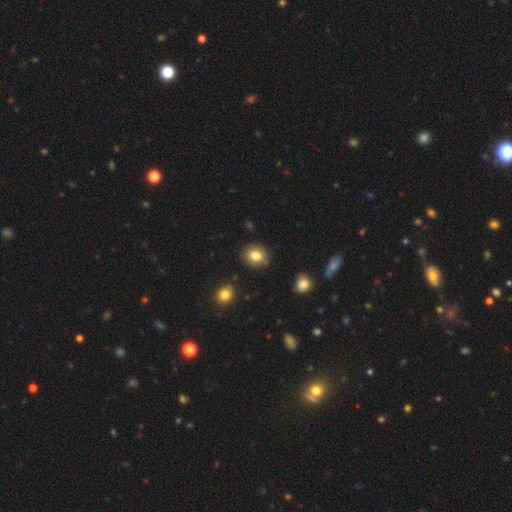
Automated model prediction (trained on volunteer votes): This is clearly a smooth galaxy (81%). How rounded: likely round (62%). Merging: clearly none (85%).